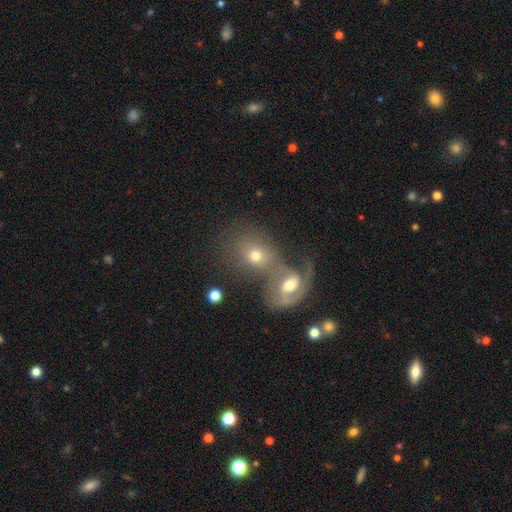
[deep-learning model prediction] Overall: smooth (50%; featured or disk 39%). Merging: merger (68%).